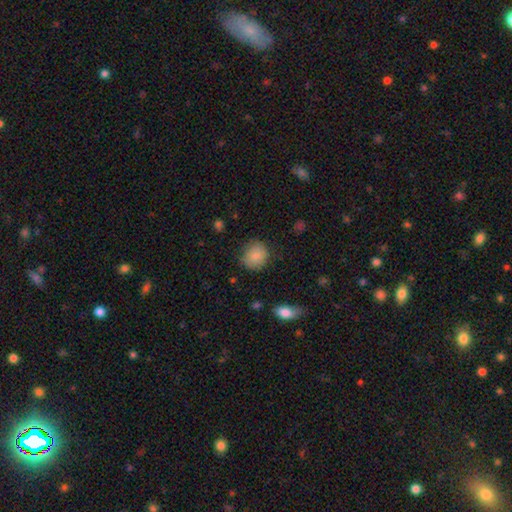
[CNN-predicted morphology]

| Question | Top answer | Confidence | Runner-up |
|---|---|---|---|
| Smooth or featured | smooth | 84% | star or artifact (9%) |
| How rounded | round | 79% | in between (20%) |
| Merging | none | 76% | minor disturbance (18%) |